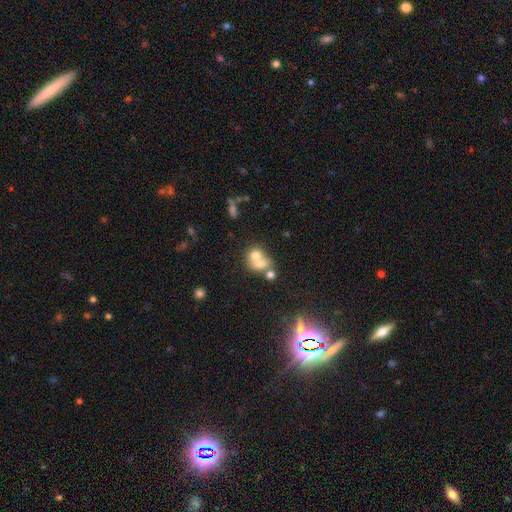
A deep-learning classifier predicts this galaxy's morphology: Smooth or featured? Predicted: smooth (p=0.65). How rounded? Predicted: round (p=0.57). Merging? Predicted: merger (p=0.66).